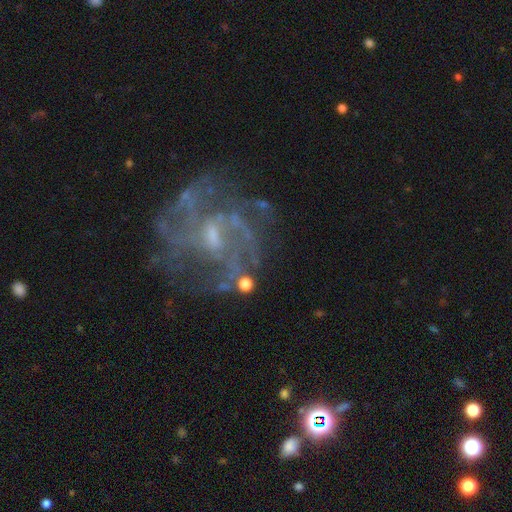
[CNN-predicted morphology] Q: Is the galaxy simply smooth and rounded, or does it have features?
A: featured or disk — 80%.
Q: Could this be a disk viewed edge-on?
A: no — 97%.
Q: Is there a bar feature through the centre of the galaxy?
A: weak — 50%.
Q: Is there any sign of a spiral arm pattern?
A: yes — 89%.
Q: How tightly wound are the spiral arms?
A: medium — 45%.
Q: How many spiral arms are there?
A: can't tell — 34%.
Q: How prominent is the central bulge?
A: small — 60%.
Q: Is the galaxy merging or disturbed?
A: none — 70%.